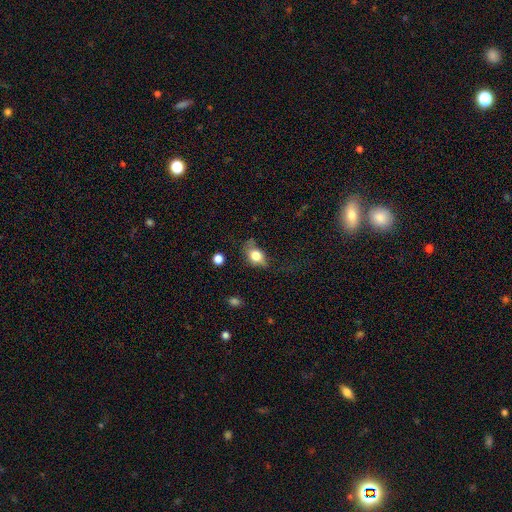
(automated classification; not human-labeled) Morphology: type=smooth (73%); roundness=in between (70%); merging=none (48%).